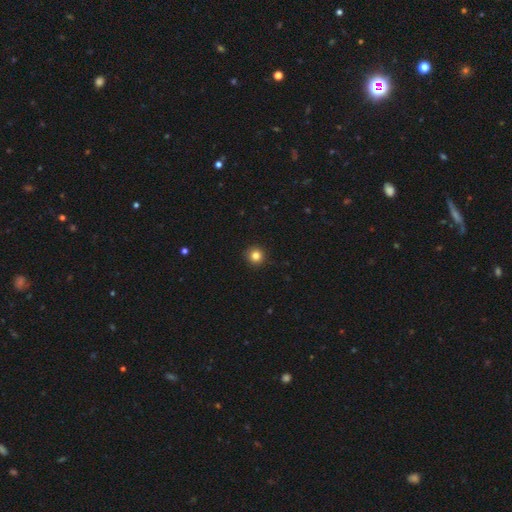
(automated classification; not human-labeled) smooth-or-featured: smooth: 83% | star or artifact: 12% | featured or disk: 5%
  how-rounded: round: 95% | in between: 4% | cigar-shaped: 1%
  merging: none: 92% | minor disturbance: 5% | major disturbance: 2% | merger: 1%